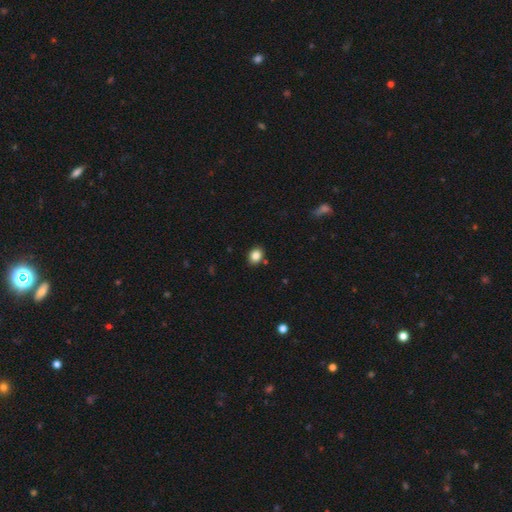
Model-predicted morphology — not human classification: Smooth or featured? smooth (84%)
How rounded? in between (55%)
Merging? none (85%)